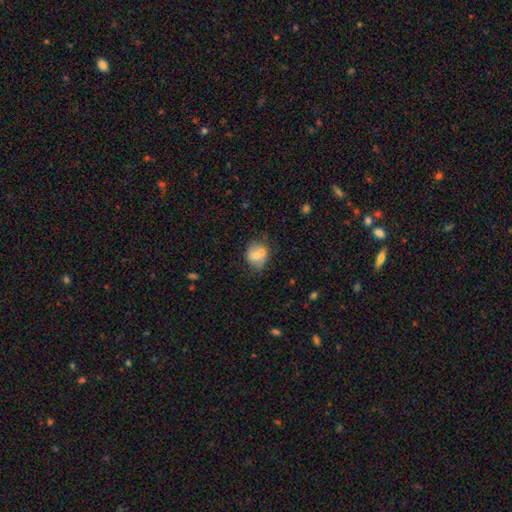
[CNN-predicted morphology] This appears to be a smooth galaxy with no disk features (67%) that is round (62%). Merging: none (42%).